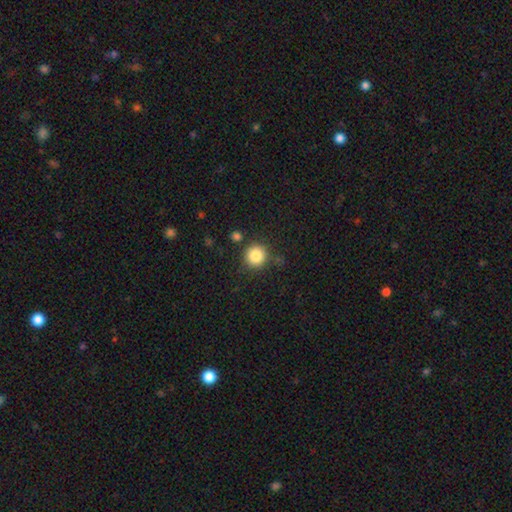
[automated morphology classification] smooth-or-featured: smooth: 85% | star or artifact: 10% | featured or disk: 5%
  how-rounded: round: 93% | in between: 6% | cigar-shaped: 1%
  merging: none: 82% | minor disturbance: 10% | merger: 5% | major disturbance: 3%